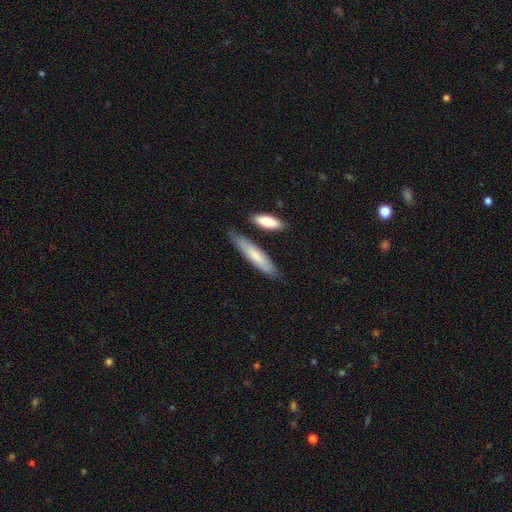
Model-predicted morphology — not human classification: smooth_or_featured: smooth (p=0.72) [alt: featured or disk p=0.23]
how_rounded: cigar-shaped (p=0.77) [alt: in between p=0.21]
merging: none (p=0.73) [alt: minor disturbance p=0.17]